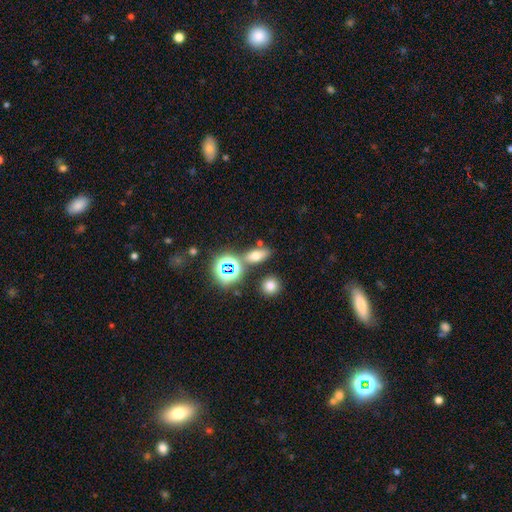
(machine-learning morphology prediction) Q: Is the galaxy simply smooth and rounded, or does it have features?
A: smooth — 60%.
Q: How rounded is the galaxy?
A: in between — 73%.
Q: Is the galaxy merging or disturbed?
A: none — 76%.